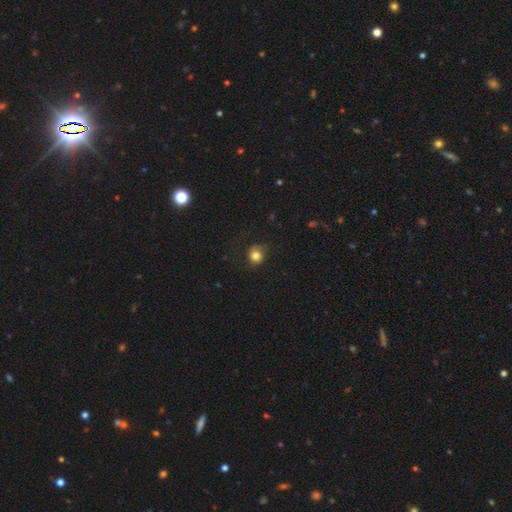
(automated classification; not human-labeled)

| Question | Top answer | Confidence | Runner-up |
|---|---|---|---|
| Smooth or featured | smooth | 79% | featured or disk (11%) |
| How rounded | round | 75% | in between (24%) |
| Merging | none | 65% | minor disturbance (22%) |